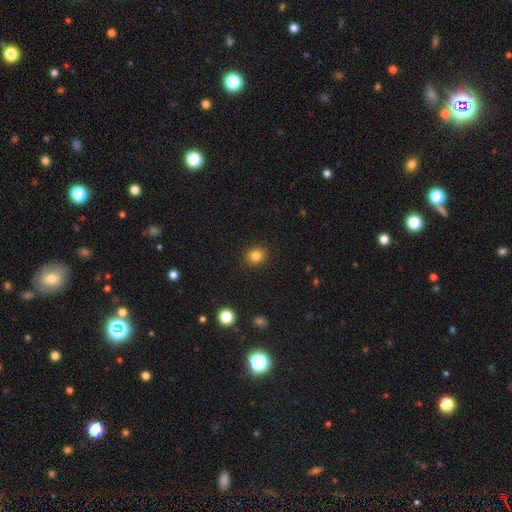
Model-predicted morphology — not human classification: smooth-or-featured: smooth: 84% | star or artifact: 12% | featured or disk: 5%
  how-rounded: round: 78% | in between: 22% | cigar-shaped: 1%
  merging: none: 91% | minor disturbance: 6% | major disturbance: 2% | merger: 1%